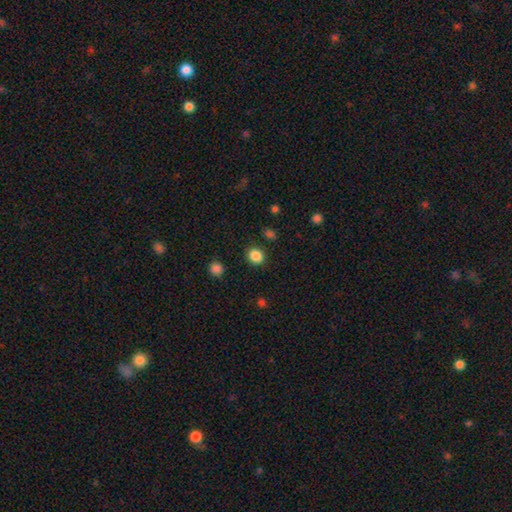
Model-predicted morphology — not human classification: Q: Smooth or featured?
A: smooth (87%); runner-up: star or artifact (10%)
Q: How rounded?
A: round (74%); runner-up: in between (25%)
Q: Merging?
A: none (88%); runner-up: minor disturbance (7%)